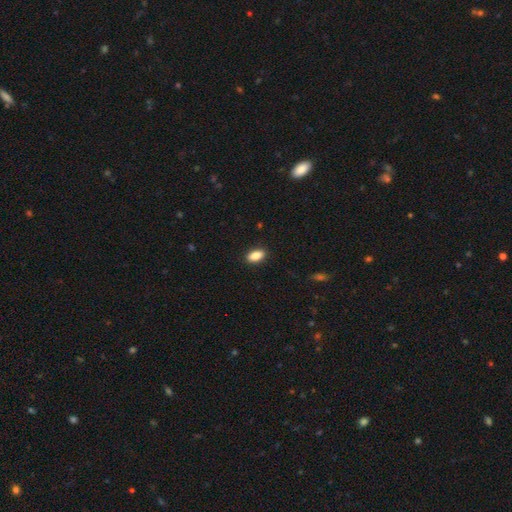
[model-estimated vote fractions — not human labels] A smooth galaxy with no disk features (87%) that is in between round and cigar-shaped (89%). Merging: none (89%).